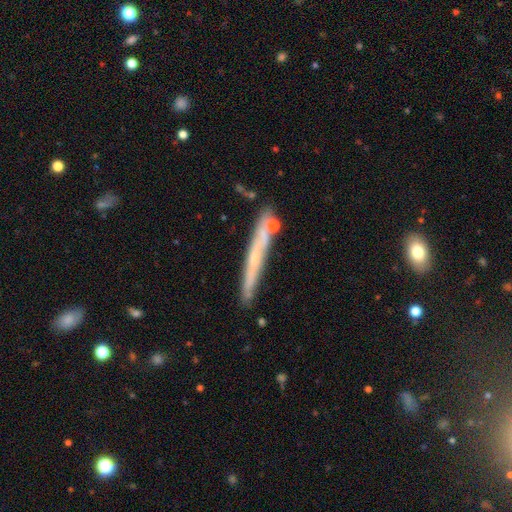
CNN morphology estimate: Overall: featured or disk (55%; smooth 38%). Edge-on disk: yes (92%). Edge-on bulge: none (68%). Merging: none (78%).